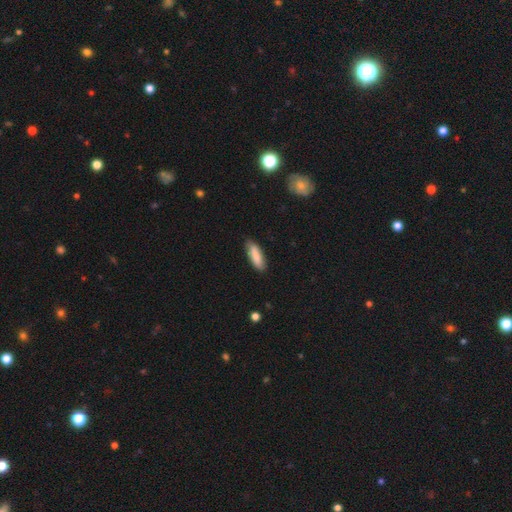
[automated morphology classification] smooth 84%, featured or disk 10%, star or artifact 6%. Down the decision tree: how rounded — in between (52%); merging — none (84%).